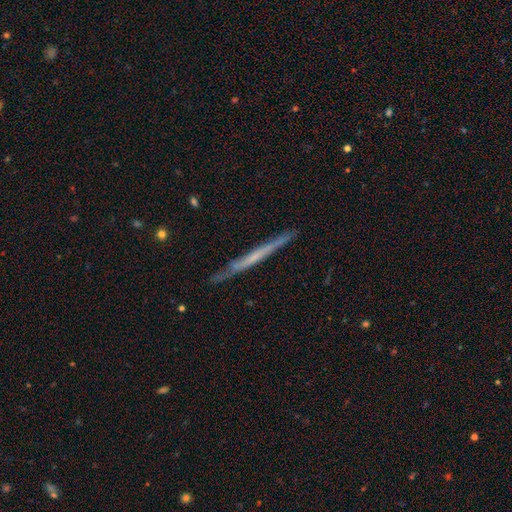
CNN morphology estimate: Q: Smooth or featured?
A: featured or disk (58%); runner-up: smooth (36%)
Q: Edge-on disk?
A: yes (96%); runner-up: no (4%)
Q: Edge-on bulge?
A: none (86%); runner-up: rounded (9%)
Q: Merging?
A: none (86%); runner-up: minor disturbance (10%)